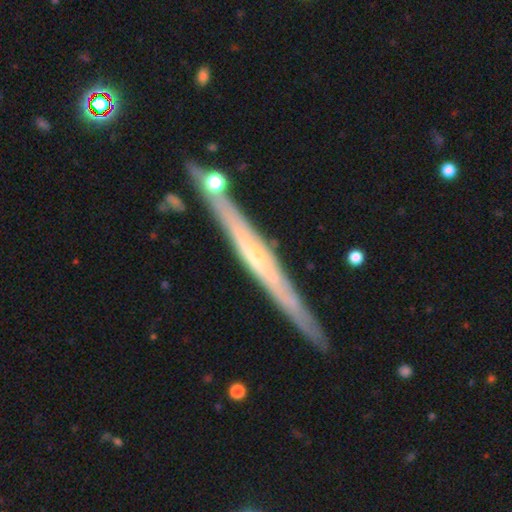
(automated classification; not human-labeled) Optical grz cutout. It shows a featured or disk galaxy (77%) viewed edge-on (94%) with no central bulge (53%). Merging: none (85%).